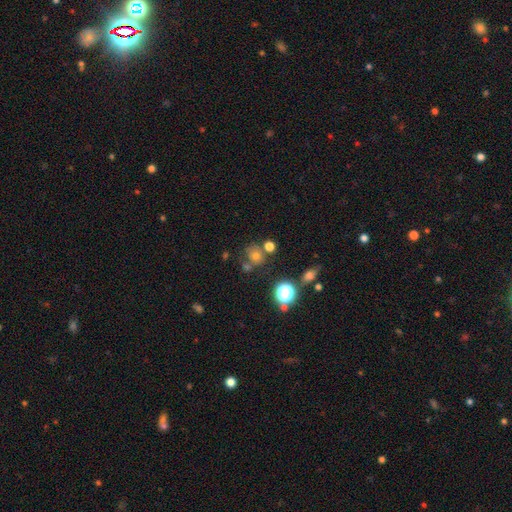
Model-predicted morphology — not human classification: A smooth galaxy with no disk features (61%) that is round (82%).

Vote fractions:
- Smooth or featured? smooth: 61% / star or artifact: 24% / featured or disk: 14%
- How rounded? round: 82% / in between: 17% / cigar-shaped: 1%
- Merging? none: 62% / merger: 19% / minor disturbance: 13% / major disturbance: 6%